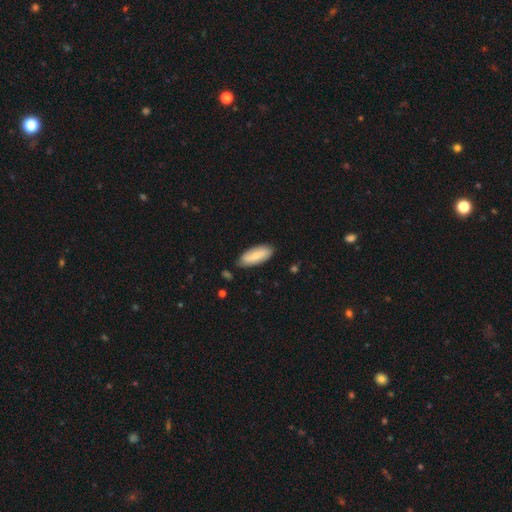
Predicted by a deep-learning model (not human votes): Overall: smooth (77%). How rounded: in between (75%). Merging: none (83%).